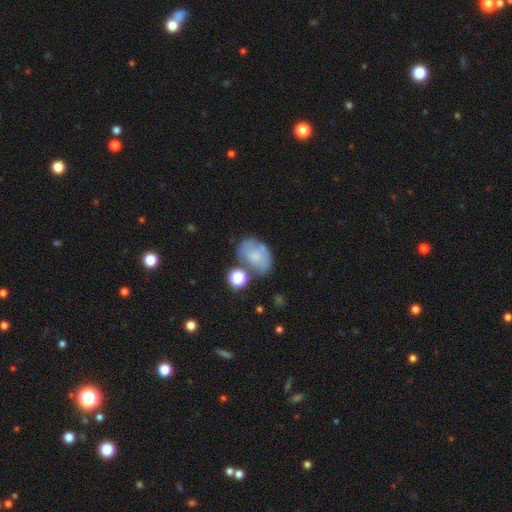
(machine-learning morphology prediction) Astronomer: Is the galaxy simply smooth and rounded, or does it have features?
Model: smooth — 60%.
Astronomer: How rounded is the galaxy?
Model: in between — 78%.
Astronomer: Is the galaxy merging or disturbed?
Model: none — 47% (runner-up: minor disturbance, 24%).